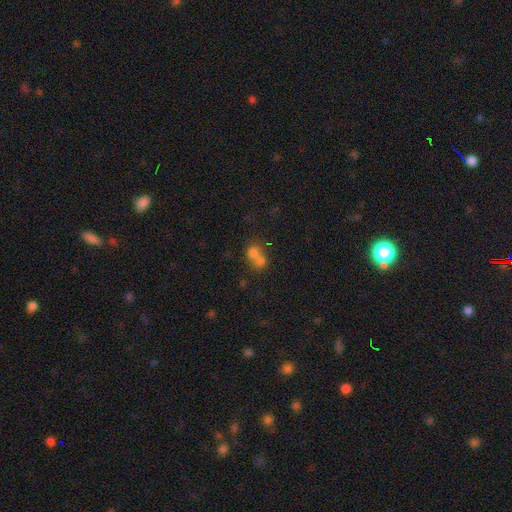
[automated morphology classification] This appears to be a smooth galaxy with no disk features (70%) that is round (66%). Merging: merger (69%).